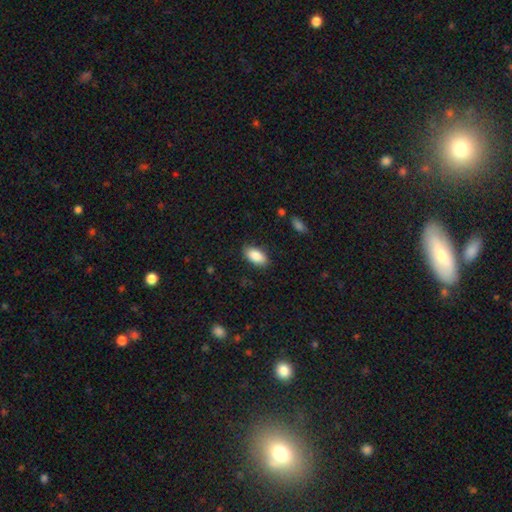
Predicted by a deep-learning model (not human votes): Smooth or featured? smooth (88%)
How rounded? in between (93%)
Merging? none (86%)